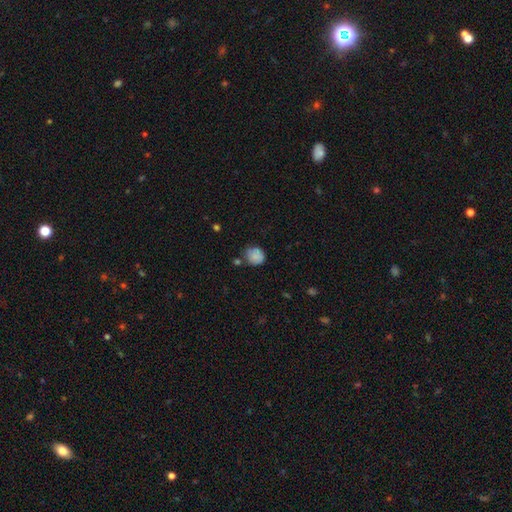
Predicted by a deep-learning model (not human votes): Q: Smooth or featured?
A: smooth (82%); runner-up: star or artifact (9%)
Q: How rounded?
A: round (78%); runner-up: in between (21%)
Q: Merging?
A: none (60%); runner-up: minor disturbance (27%)